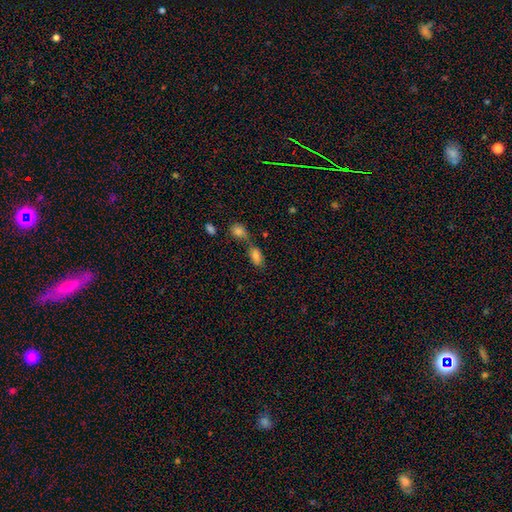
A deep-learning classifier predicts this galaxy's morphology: The model was most divided on "merging": merger: 42%, none: 39%, minor disturbance: 13%, major disturbance: 6%. More confident: how rounded — in between (88%); smooth or featured — smooth (76%).